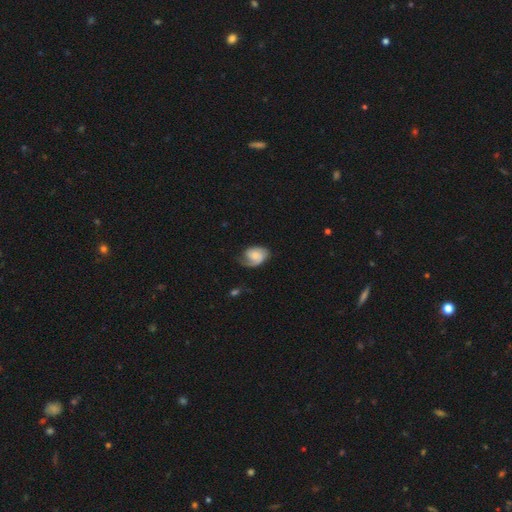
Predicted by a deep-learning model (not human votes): This appears to be a featured or disk galaxy (56%) with no bar (67%), spiral arms (90%) and a small central bulge (43%). Merging: none (50%).